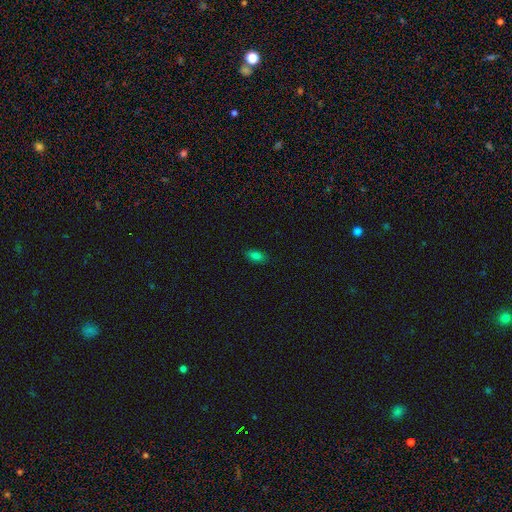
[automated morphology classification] Smooth or featured?
  - smooth: 79% *
  - star or artifact: 14%
  - featured or disk: 7%
How rounded?
  - in between: 89% *
  - round: 6%
  - cigar-shaped: 5%
Merging?
  - none: 86% *
  - minor disturbance: 11%
  - major disturbance: 2%
  - merger: 1%